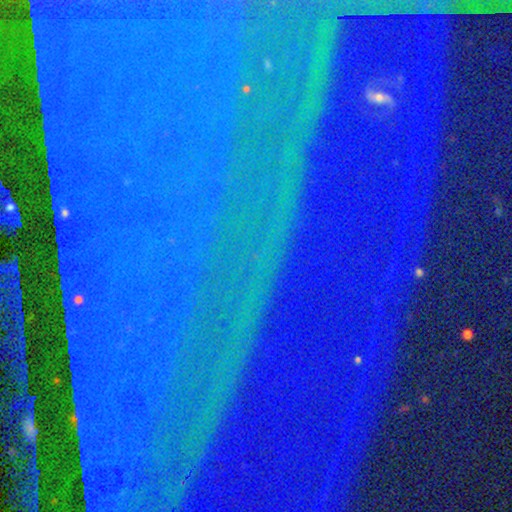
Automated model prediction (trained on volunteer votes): This is clearly a star or artifact rather than a galaxy (87%).